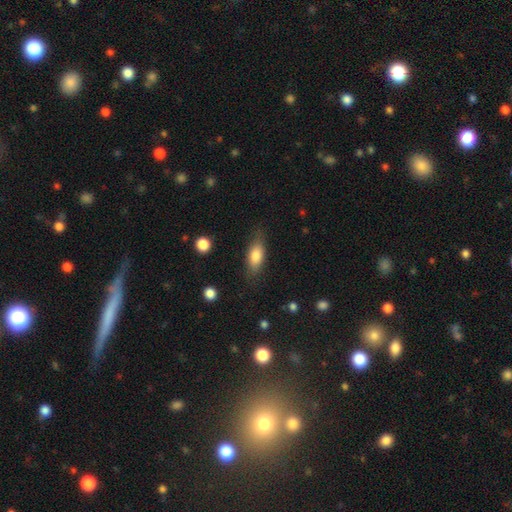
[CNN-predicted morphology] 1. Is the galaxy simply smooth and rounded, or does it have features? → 77% smooth, 16% featured or disk, 7% star or artifact.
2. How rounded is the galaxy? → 78% in between, 19% cigar-shaped, 4% round.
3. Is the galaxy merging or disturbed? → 75% none, 18% minor disturbance, 5% major disturbance, 2% merger.